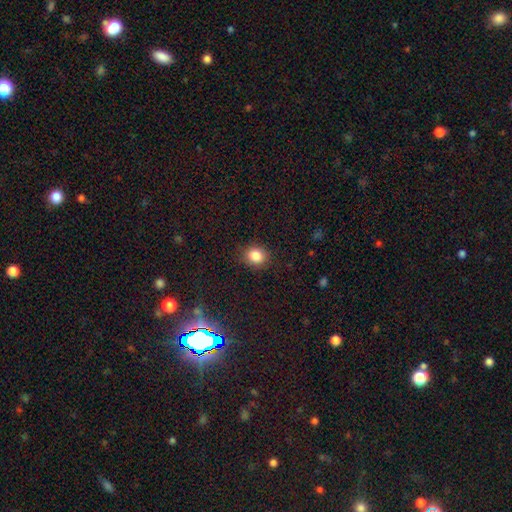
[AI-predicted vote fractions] smooth_or_featured: smooth (p=0.85) [alt: star or artifact p=0.11]
how_rounded: round (p=0.70) [alt: in between p=0.29]
merging: none (p=0.87) [alt: minor disturbance p=0.09]